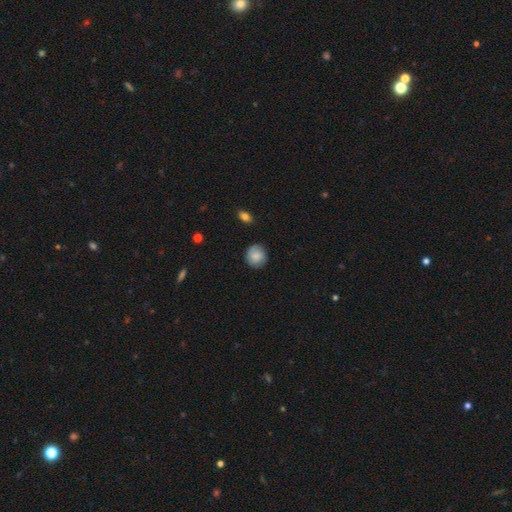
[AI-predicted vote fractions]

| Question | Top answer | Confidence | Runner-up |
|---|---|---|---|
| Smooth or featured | smooth | 82% | featured or disk (11%) |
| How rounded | round | 83% | in between (16%) |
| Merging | none | 81% | minor disturbance (15%) |